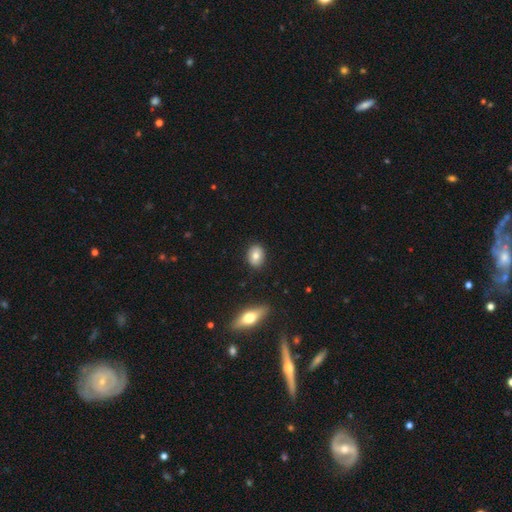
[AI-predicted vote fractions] A smooth galaxy with no disk features (76%) that is in between round and cigar-shaped (65%). Merging: none (88%).